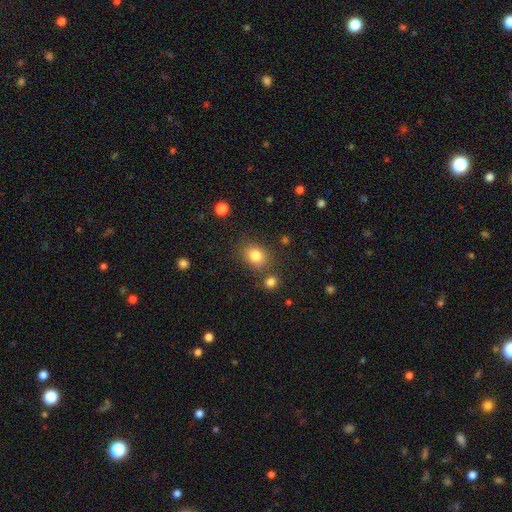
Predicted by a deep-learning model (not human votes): Smooth or featured? smooth (82%)
How rounded? round (51%)
Merging? none (75%)